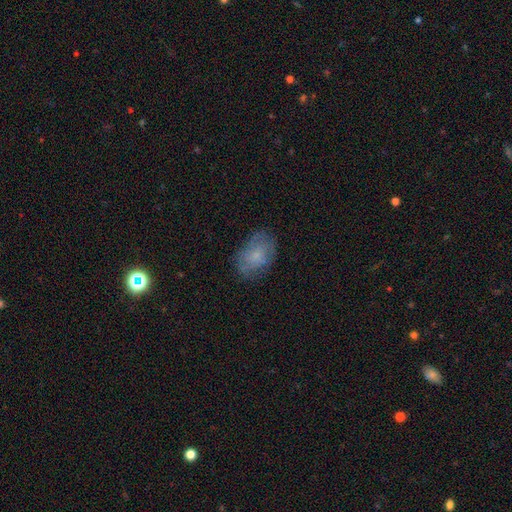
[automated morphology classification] Smooth or featured? smooth (63%)
How rounded? in between (82%)
Merging? none (71%)